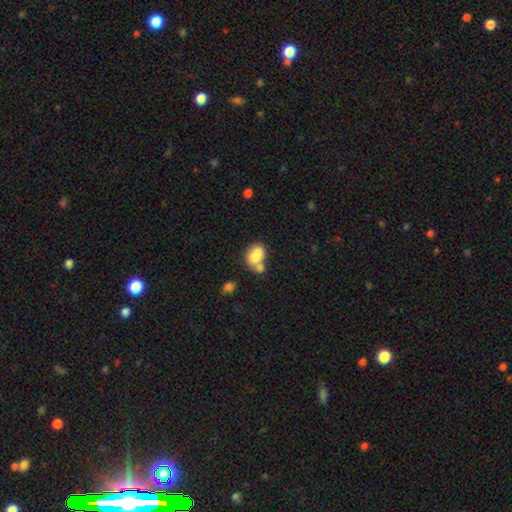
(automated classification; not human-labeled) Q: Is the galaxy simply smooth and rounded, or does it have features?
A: smooth — 76%.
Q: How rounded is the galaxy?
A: in between — 70%.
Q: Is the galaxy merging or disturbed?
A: merger — 48%.